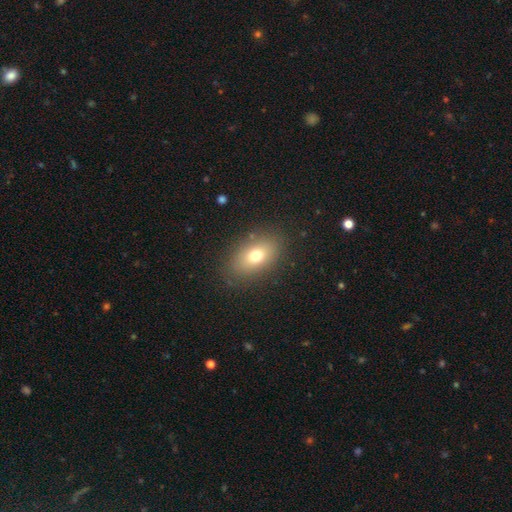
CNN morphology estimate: A smooth galaxy with no disk features (72%) that is in between round and cigar-shaped (83%). Merging: none (84%).